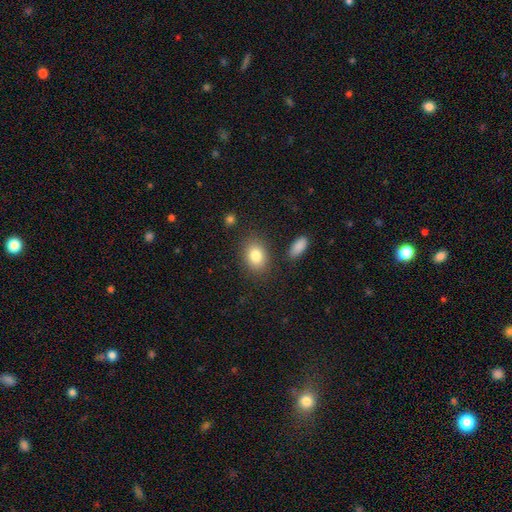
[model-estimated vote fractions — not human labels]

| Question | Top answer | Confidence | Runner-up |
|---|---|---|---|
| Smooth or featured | smooth | 82% | featured or disk (9%) |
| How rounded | in between | 70% | round (29%) |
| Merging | none | 83% | minor disturbance (10%) |